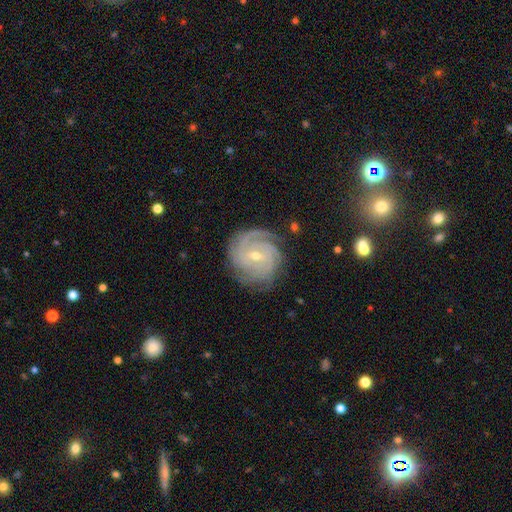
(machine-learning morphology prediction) Smooth or featured: featured or disk — 88% (smooth — 6%)
Edge-on disk: no — 97% (yes — 3%)
Bar: weak — 49% (no — 33%)
Spiral arms: yes — 98% (no — 2%)
Spiral winding: tight — 77% (medium — 20%)
Spiral arm count: 3 — 29% (can't tell — 21%)
Bulge size: small — 65% (moderate — 33%)
Merging: none — 79% (minor disturbance — 14%)